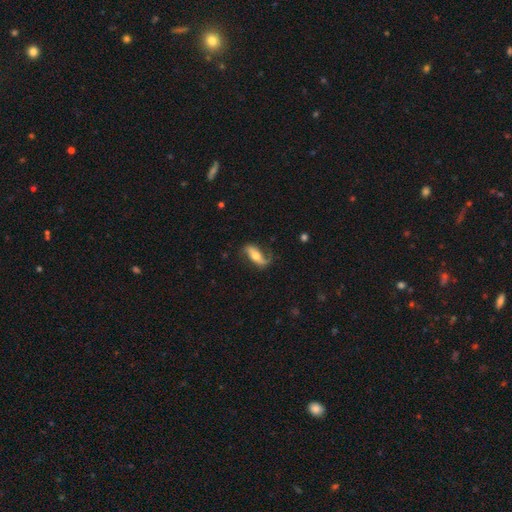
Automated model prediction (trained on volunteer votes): The model was most divided on "bar": no: 45%, strong: 32%, weak: 23%. More confident: spiral arms — yes (84%); edge-on disk — no (79%); bulge size — moderate (68%); smooth or featured — featured or disk (65%); merging — none (62%).